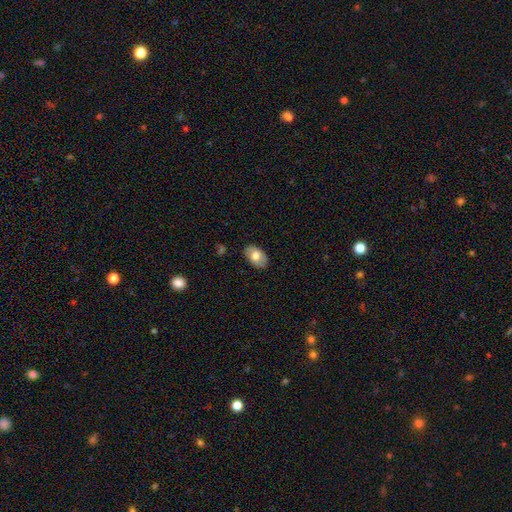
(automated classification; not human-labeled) Smooth or featured: smooth — 68% (featured or disk — 25%)
How rounded: in between — 90% (round — 9%)
Merging: none — 85% (minor disturbance — 12%)